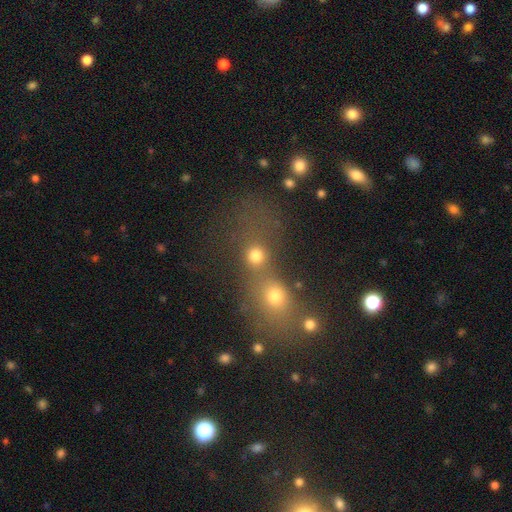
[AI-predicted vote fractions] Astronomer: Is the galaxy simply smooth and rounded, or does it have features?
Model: smooth — 75%.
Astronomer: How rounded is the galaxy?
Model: round — 77%.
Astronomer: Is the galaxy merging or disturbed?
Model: merger — 56% (runner-up: none, 32%).